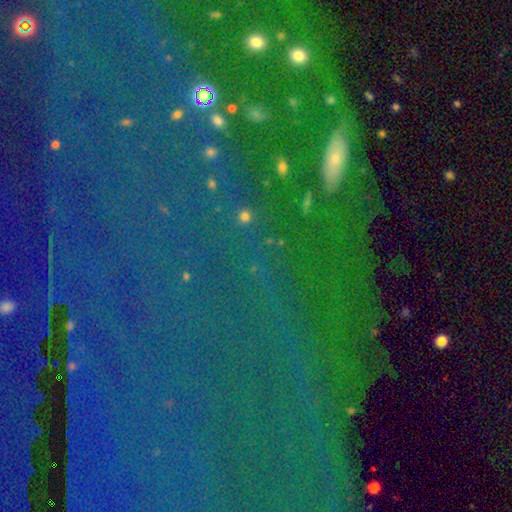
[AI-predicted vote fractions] Smooth or featured? Predicted: star or artifact (p=0.57).